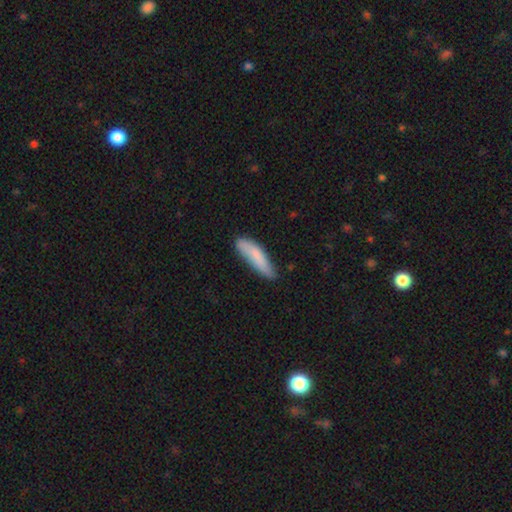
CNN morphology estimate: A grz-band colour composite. It shows a smooth galaxy with no disk features (80%) that is cigar-shaped (71%). Merging: none (62%).